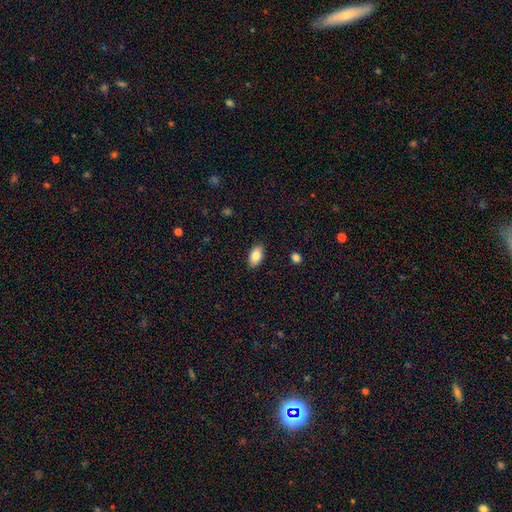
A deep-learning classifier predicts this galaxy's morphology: This appears to be a smooth galaxy with no disk features (84%) that is in between round and cigar-shaped (93%). Merging: none (87%).